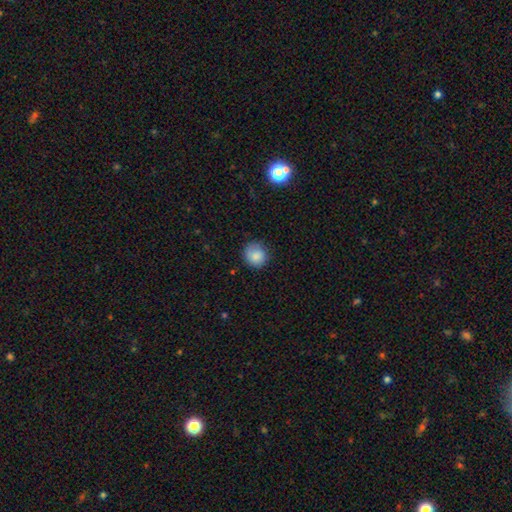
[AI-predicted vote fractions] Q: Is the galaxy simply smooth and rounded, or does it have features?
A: smooth — 86%.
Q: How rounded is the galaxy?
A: round — 86%.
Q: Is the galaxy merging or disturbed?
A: none — 80%.